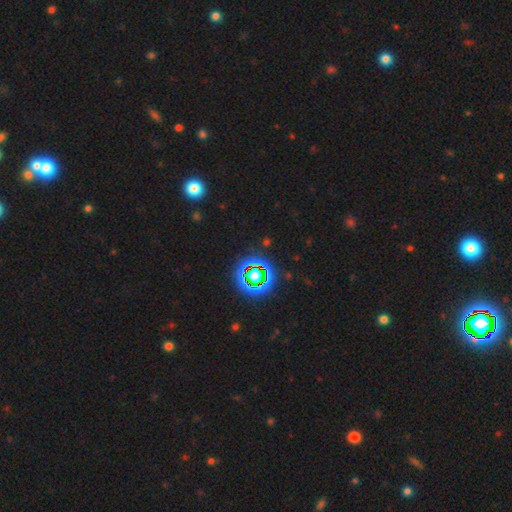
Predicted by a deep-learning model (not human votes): A star or artifact, not a galaxy (71%).